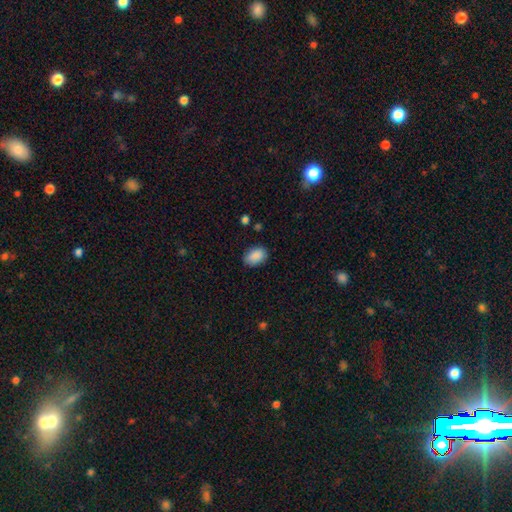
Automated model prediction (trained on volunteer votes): This is clearly a smooth galaxy (89%). How rounded: clearly in between (86%). Merging: clearly none (82%).